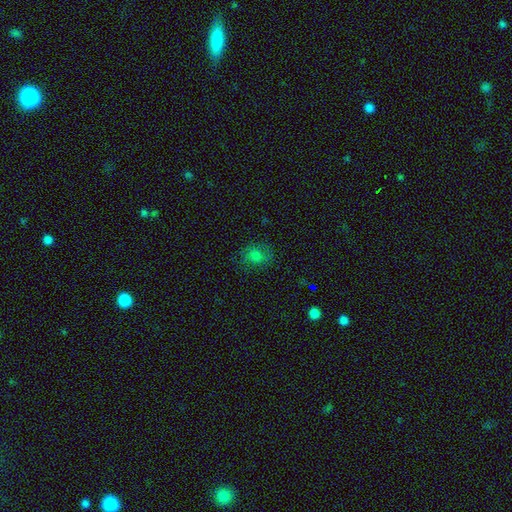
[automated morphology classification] smooth_or_featured: smooth (p=0.67) [alt: star or artifact p=0.19]
how_rounded: round (p=0.60) [alt: in between p=0.39]
merging: none (p=0.75) [alt: minor disturbance p=0.17]